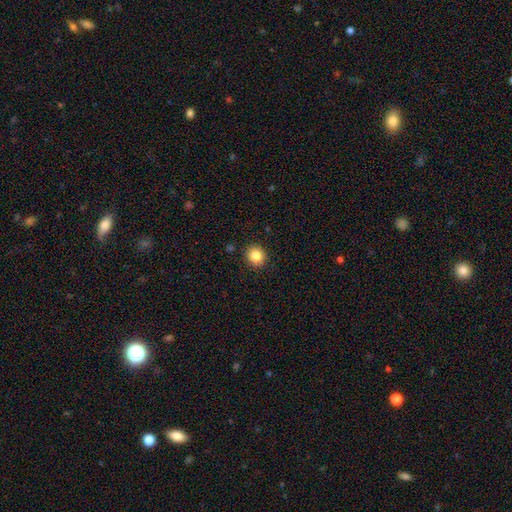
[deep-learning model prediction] This is clearly a smooth galaxy (85%). How rounded: clearly round (84%). Merging: clearly none (91%).